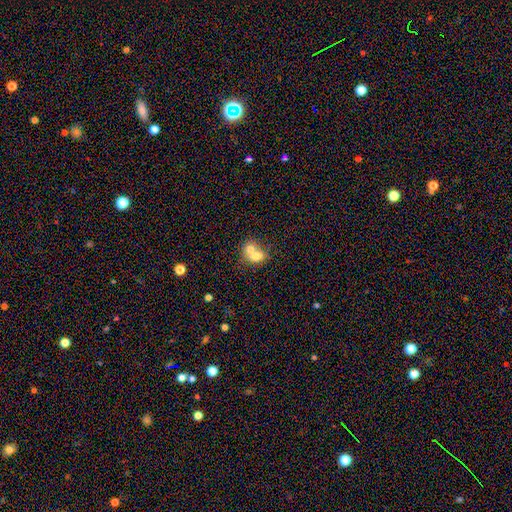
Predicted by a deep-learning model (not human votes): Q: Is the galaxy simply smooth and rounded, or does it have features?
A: smooth — 69%.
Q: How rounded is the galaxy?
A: in between — 50%.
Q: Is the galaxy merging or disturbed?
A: merger — 71%.